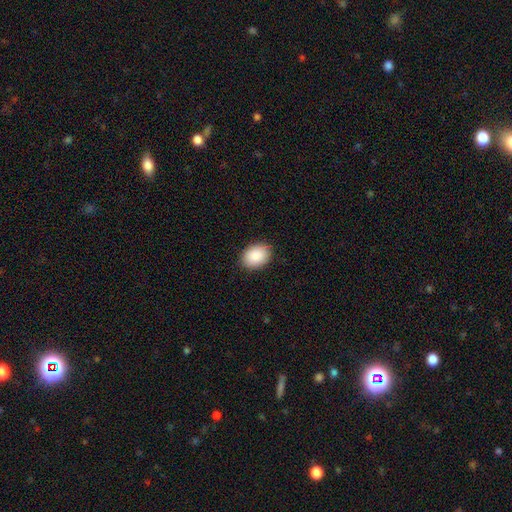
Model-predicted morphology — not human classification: Smooth or featured: smooth — 89% (star or artifact — 6%)
How rounded: in between — 71% (round — 28%)
Merging: none — 88% (minor disturbance — 9%)